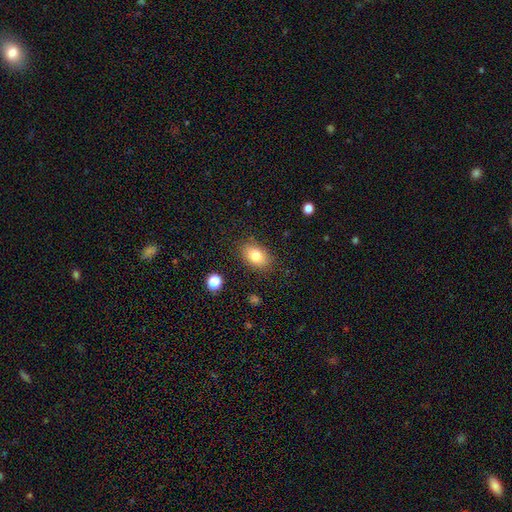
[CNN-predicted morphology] This appears to be a smooth galaxy with no disk features (81%) that is in between round and cigar-shaped (84%). Merging: none (85%).